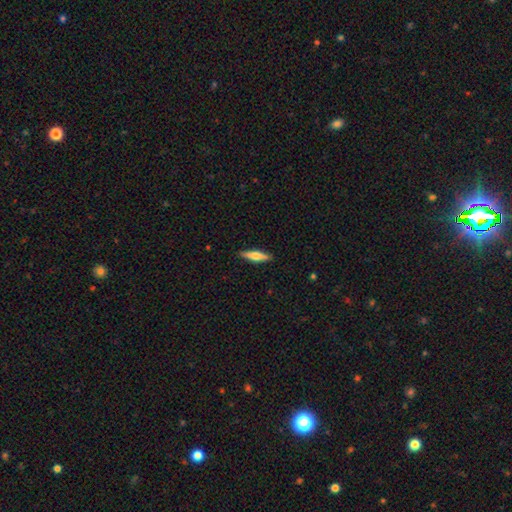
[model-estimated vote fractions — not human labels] This appears to be a smooth galaxy with no disk features (56%) that is cigar-shaped (72%). Merging: none (89%).